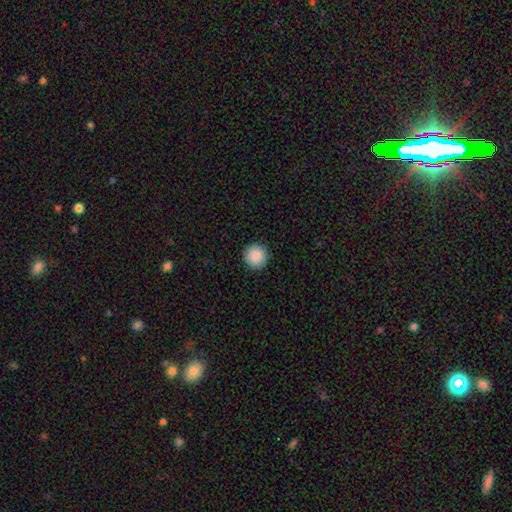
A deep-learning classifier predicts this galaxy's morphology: Smooth or featured? smooth (89%)
How rounded? round (96%)
Merging? none (93%)